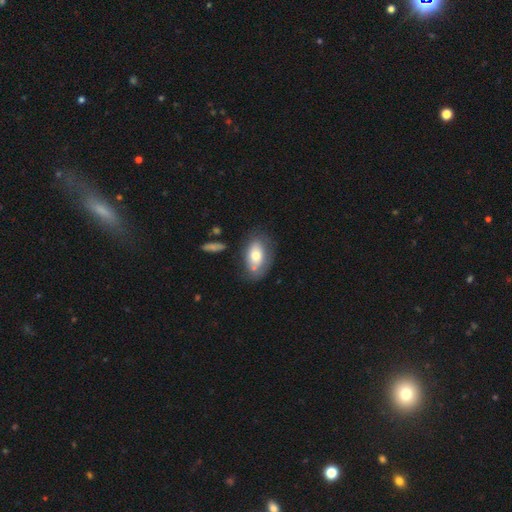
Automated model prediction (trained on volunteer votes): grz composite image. It shows a smooth galaxy with no disk features (70%) that is in between round and cigar-shaped (90%). Merging: none (60%).